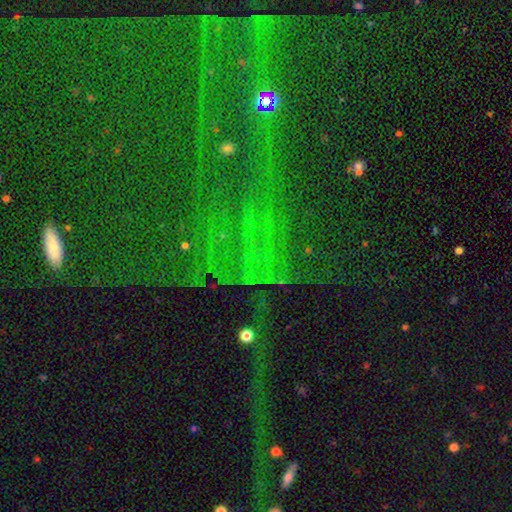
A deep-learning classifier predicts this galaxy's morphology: Smooth or featured? star or artifact (81%)